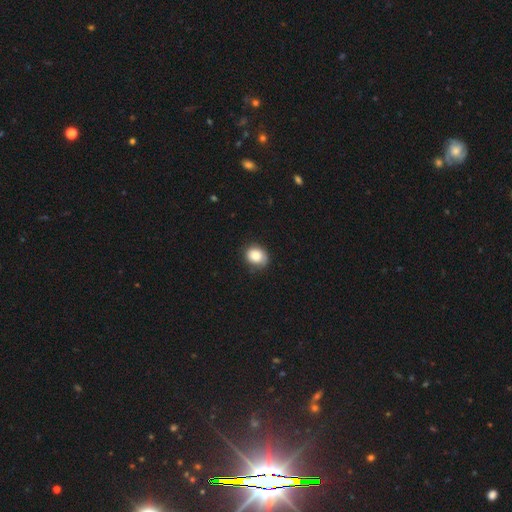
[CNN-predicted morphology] smooth_or_featured: smooth (p=0.84) [alt: featured or disk p=0.08]
how_rounded: round (p=0.63) [alt: in between p=0.36]
merging: none (p=0.71) [alt: minor disturbance p=0.23]